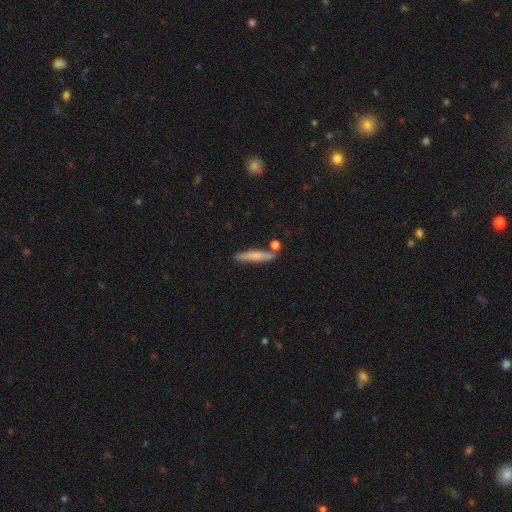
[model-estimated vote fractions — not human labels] A smooth galaxy with no disk features (60%) that is cigar-shaped (89%). Merging: none (76%).